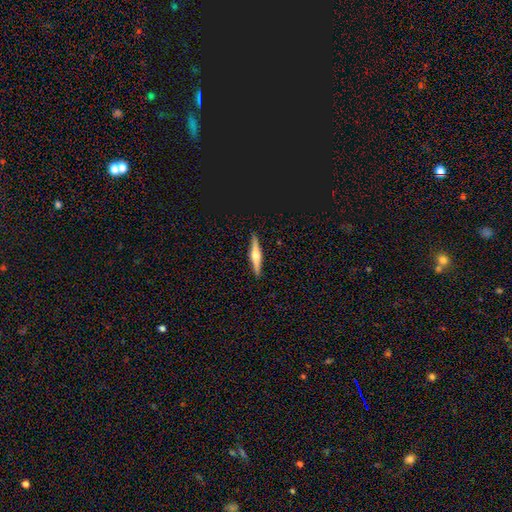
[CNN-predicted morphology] The model was most divided on "smooth or featured": featured or disk: 65%, smooth: 28%, star or artifact: 6%. More confident: edge-on disk — yes (97%); merging — none (92%); edge-on bulge — rounded (85%).